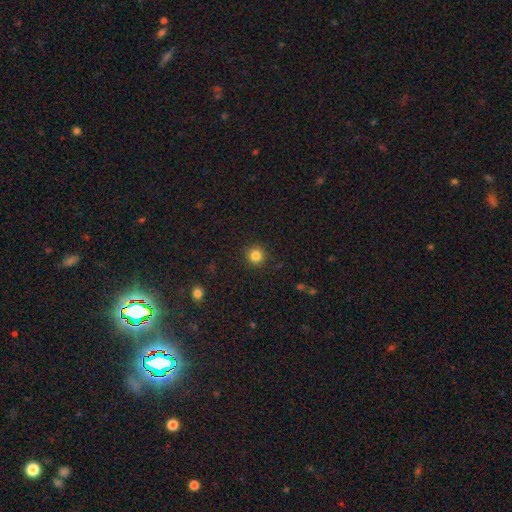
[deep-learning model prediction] This is clearly a smooth galaxy (84%). How rounded: clearly round (95%). Merging: clearly none (91%).